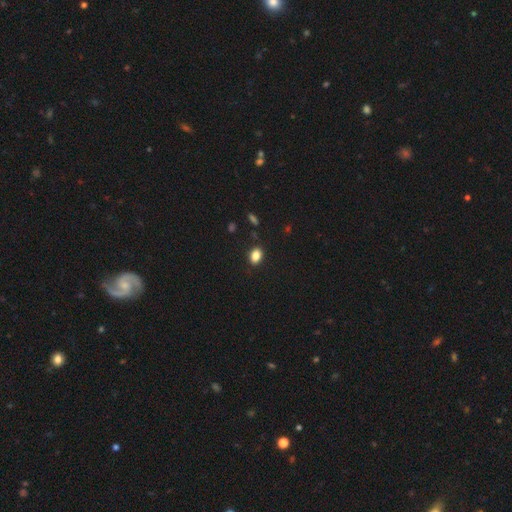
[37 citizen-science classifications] Smooth or featured? smooth (95%)
How rounded? in between (77%)
Merging? none (86%)